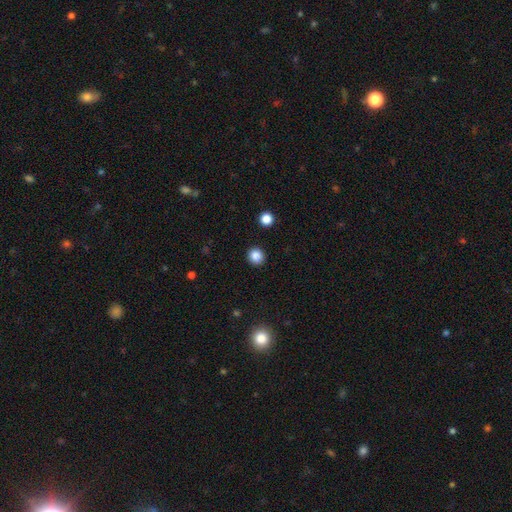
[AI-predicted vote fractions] A smooth galaxy with no disk features (85%) that is round (90%). Merging: none (92%).